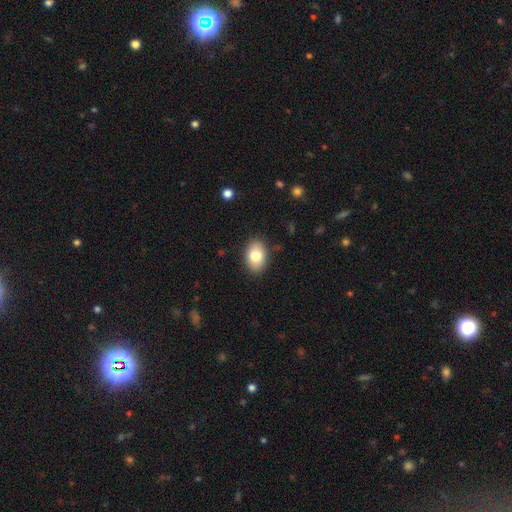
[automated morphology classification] Smooth or featured: smooth — 80% (featured or disk — 12%)
How rounded: in between — 84% (round — 14%)
Merging: none — 88% (minor disturbance — 9%)